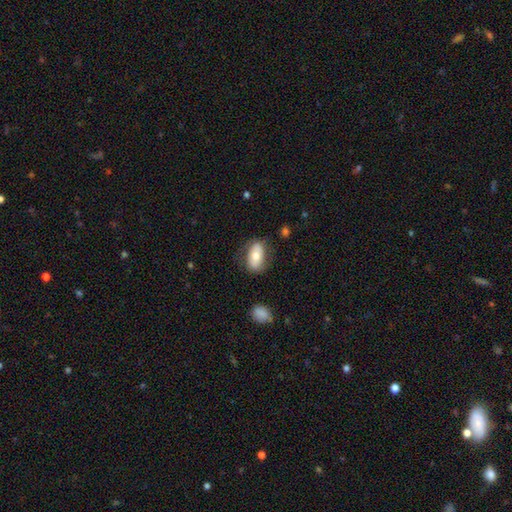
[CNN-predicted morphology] A smooth galaxy with no disk features (68%) that is in between round and cigar-shaped (91%).

Vote fractions:
- Smooth or featured? smooth: 68% / featured or disk: 25% / star or artifact: 7%
- How rounded? in between: 91% / round: 5% / cigar-shaped: 4%
- Merging? none: 73% / minor disturbance: 18% / major disturbance: 7% / merger: 2%